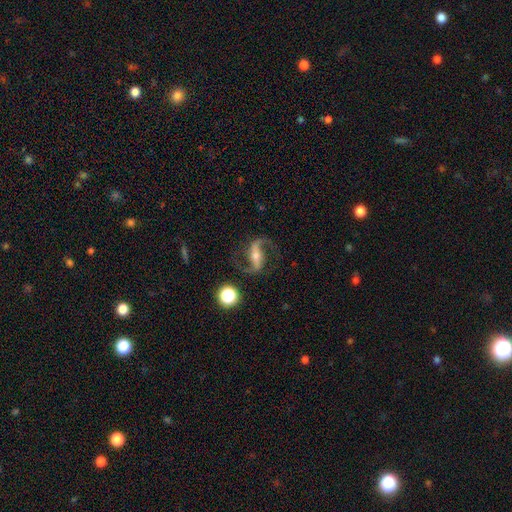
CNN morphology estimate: smooth-or-featured: featured or disk: 88% | star or artifact: 6% | smooth: 6%
  disk-edge-on: no: 95% | yes: 5%
    bar: strong: 58% | weak: 25% | no: 17%
    has-spiral-arms: yes: 97% | no: 3%
      spiral-winding: loose: 61% | medium: 32% | tight: 7%
      spiral-arm-count: 2: 93% | 1: 2% | can't tell: 2% | 3: 1% | 4: 1% | more than 4: 1%
    bulge-size: small: 45% | moderate: 43% | large: 6% | none: 4% | dominant: 2%
  merging: none: 79% | minor disturbance: 11% | major disturbance: 8% | merger: 2%